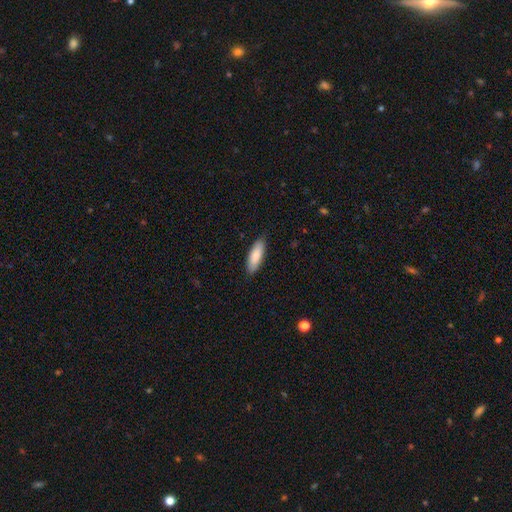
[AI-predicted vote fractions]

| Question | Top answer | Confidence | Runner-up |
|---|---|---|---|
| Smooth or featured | smooth | 85% | featured or disk (10%) |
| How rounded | in between | 61% | cigar-shaped (37%) |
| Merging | none | 87% | minor disturbance (11%) |